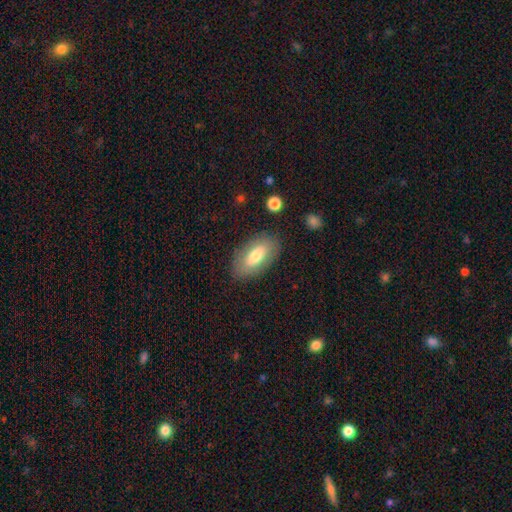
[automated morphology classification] A smooth galaxy with no disk features (69%) that is in between round and cigar-shaped (91%). Merging: none (84%).